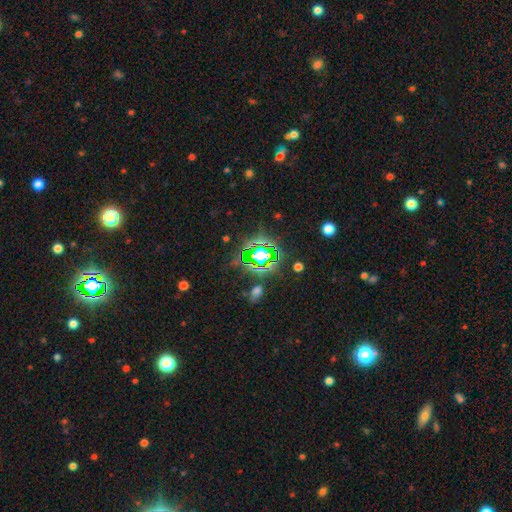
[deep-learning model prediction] Smooth or featured: star or artifact — 79% (smooth — 13%)